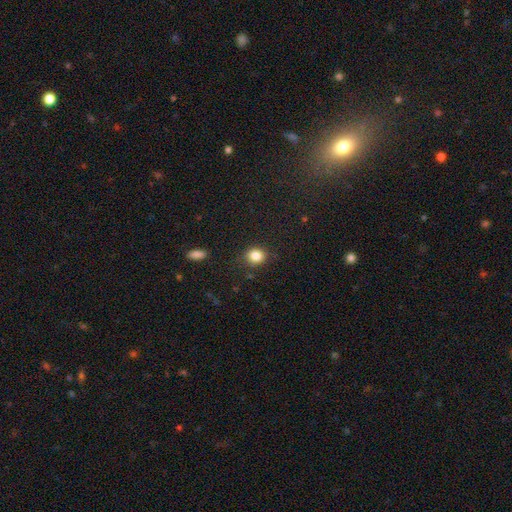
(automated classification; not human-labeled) A smooth galaxy with no disk features (85%) that is round (65%). Merging: none (84%).